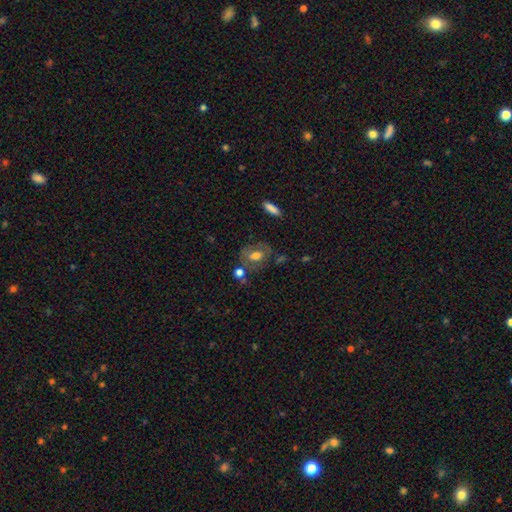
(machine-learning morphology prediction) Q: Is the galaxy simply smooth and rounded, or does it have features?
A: smooth — 54%.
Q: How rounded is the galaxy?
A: in between — 65%.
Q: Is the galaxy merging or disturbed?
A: none — 57%.